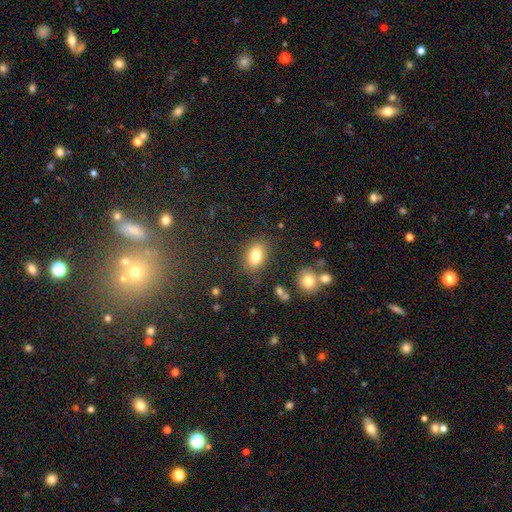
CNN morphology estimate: A smooth galaxy with no disk features (80%) that is in between round and cigar-shaped (80%). Merging: none (81%).